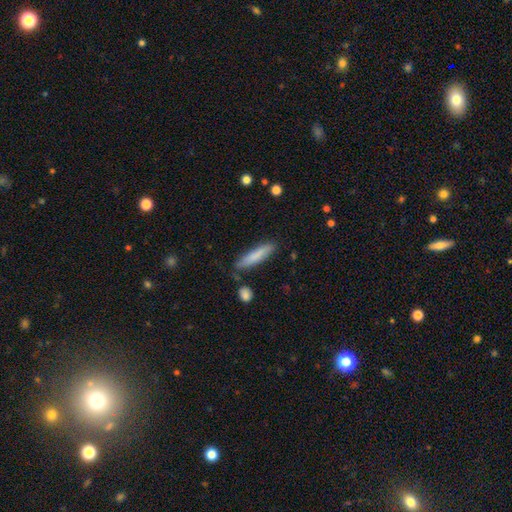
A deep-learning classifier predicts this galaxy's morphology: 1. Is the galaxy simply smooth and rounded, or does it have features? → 80% smooth, 14% featured or disk, 6% star or artifact.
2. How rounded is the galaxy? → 85% cigar-shaped, 14% in between, 1% round.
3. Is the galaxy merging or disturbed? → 80% none, 14% minor disturbance, 3% merger, 3% major disturbance.